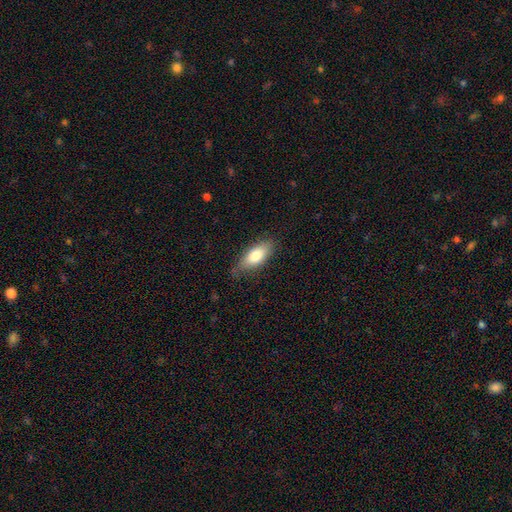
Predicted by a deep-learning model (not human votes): Morphology: type=smooth (77%); roundness=in between (81%); merging=none (74%).